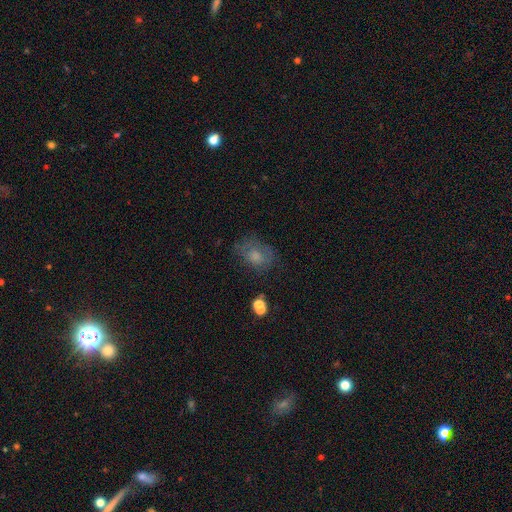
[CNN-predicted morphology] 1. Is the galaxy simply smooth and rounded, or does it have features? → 58% smooth, 26% featured or disk, 16% star or artifact.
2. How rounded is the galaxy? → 63% in between, 36% round, 1% cigar-shaped.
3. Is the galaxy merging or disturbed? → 59% none, 24% minor disturbance, 15% major disturbance, 3% merger.